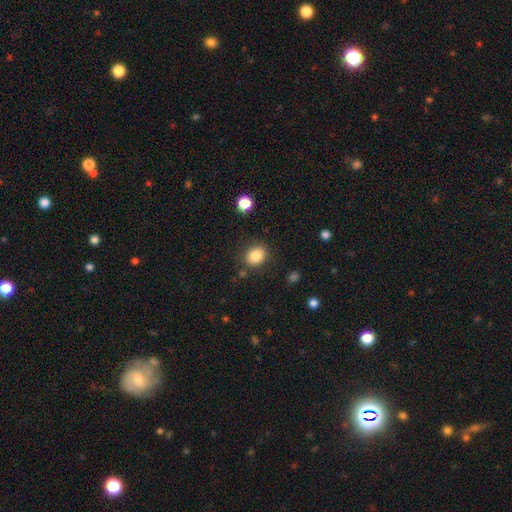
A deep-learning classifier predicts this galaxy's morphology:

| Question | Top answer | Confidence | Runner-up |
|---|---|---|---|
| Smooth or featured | smooth | 84% | star or artifact (10%) |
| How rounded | round | 62% | in between (37%) |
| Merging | none | 83% | minor disturbance (11%) |